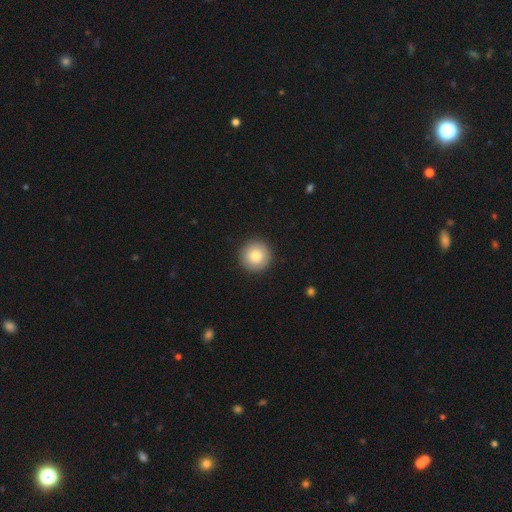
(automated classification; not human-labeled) This is clearly a smooth galaxy (83%). How rounded: clearly round (96%). Merging: clearly none (93%).